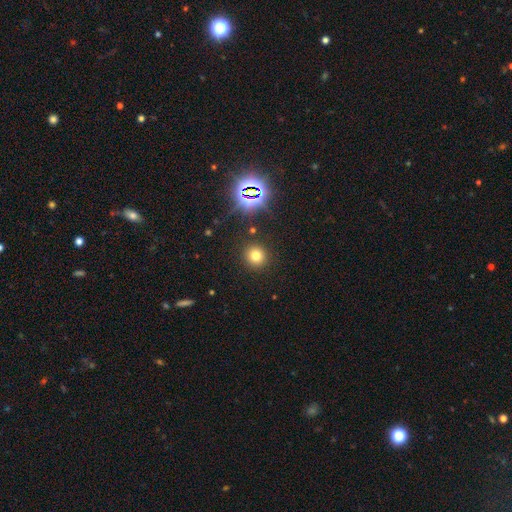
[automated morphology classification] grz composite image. It shows a smooth galaxy with no disk features (70%) that is round (93%). Merging: none (90%).